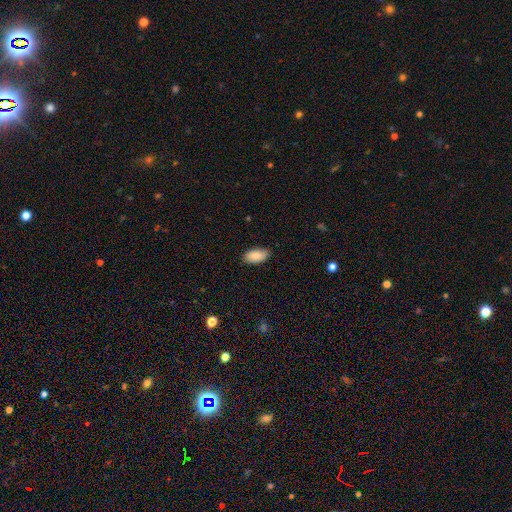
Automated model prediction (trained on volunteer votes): smooth_or_featured: smooth (p=0.88) [alt: star or artifact p=0.06]
how_rounded: in between (p=0.93) [alt: cigar-shaped p=0.04]
merging: none (p=0.85) [alt: minor disturbance p=0.12]